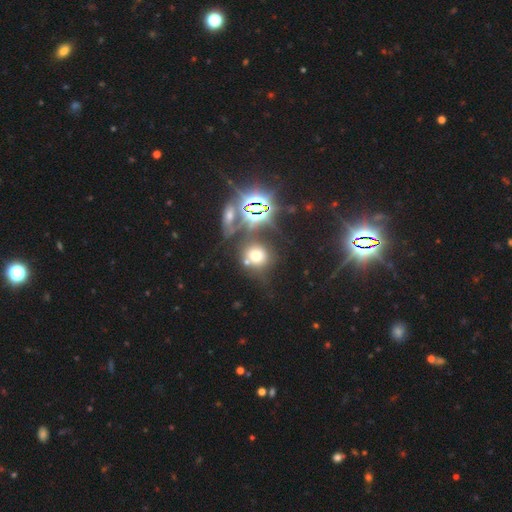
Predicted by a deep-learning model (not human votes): Q: Smooth or featured?
A: smooth (56%); runner-up: star or artifact (31%)
Q: How rounded?
A: round (81%); runner-up: in between (17%)
Q: Merging?
A: none (57%); runner-up: merger (20%)